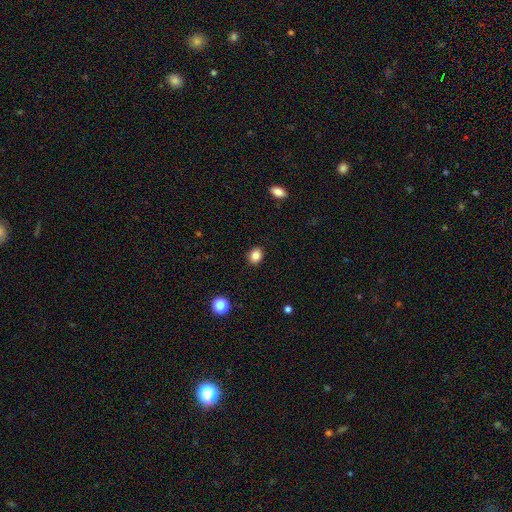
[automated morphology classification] smooth-or-featured: smooth: 86% | star or artifact: 10% | featured or disk: 4%
  how-rounded: round: 59% | in between: 40% | cigar-shaped: 1%
  merging: none: 90% | minor disturbance: 7% | major disturbance: 2% | merger: 1%